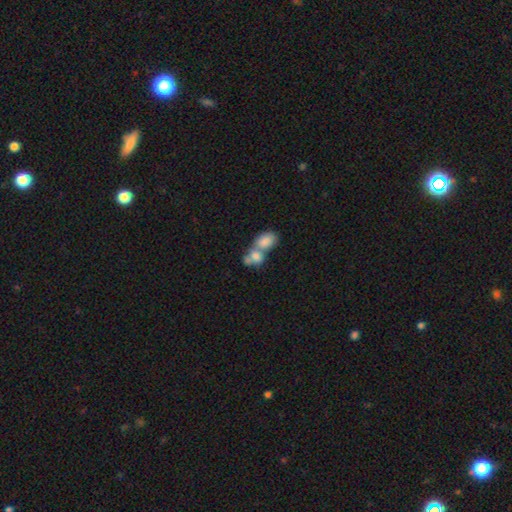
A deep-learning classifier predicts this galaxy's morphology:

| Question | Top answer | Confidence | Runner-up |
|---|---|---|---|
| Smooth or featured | smooth | 76% | featured or disk (16%) |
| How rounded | in between | 77% | round (21%) |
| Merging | merger | 74% | none (16%) |